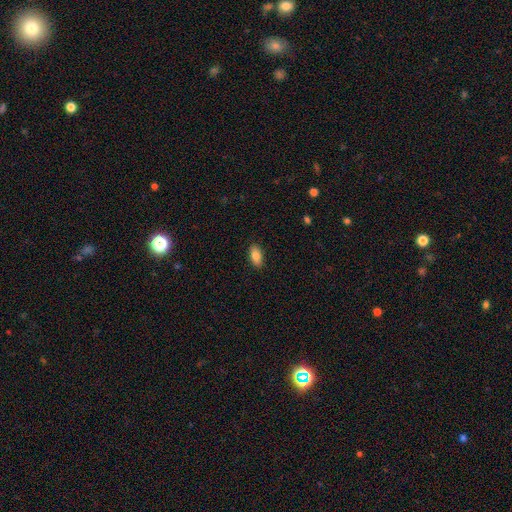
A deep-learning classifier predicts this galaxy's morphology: smooth-or-featured: smooth: 86% | featured or disk: 7% | star or artifact: 7%
  how-rounded: in between: 91% | cigar-shaped: 6% | round: 3%
  merging: none: 89% | minor disturbance: 8% | major disturbance: 2% | merger: 1%